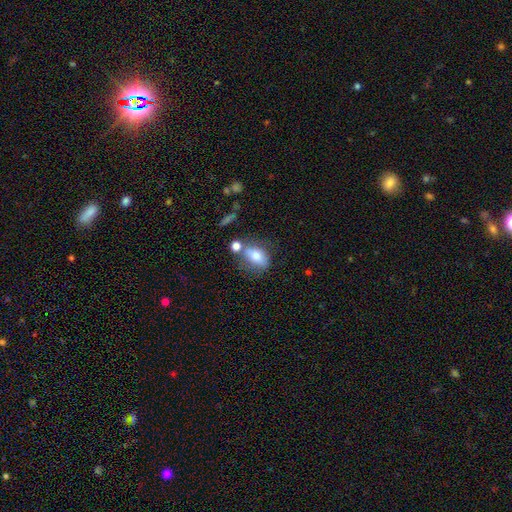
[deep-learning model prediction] smooth_or_featured: smooth (p=0.75) [alt: featured or disk p=0.17]
how_rounded: in between (p=0.80) [alt: round p=0.17]
merging: none (p=0.51) [alt: merger p=0.21]